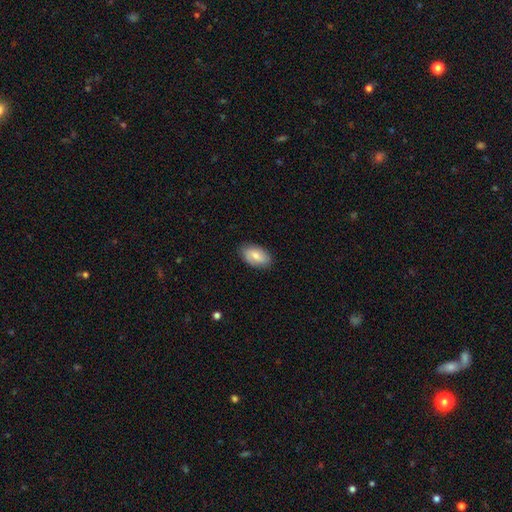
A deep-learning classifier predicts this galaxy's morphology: A smooth galaxy with no disk features (67%) that is in between round and cigar-shaped (93%).

Vote fractions:
- Smooth or featured? smooth: 67% / featured or disk: 26% / star or artifact: 7%
- How rounded? in between: 93% / round: 5% / cigar-shaped: 2%
- Merging? none: 84% / minor disturbance: 13% / major disturbance: 2% / merger: 1%